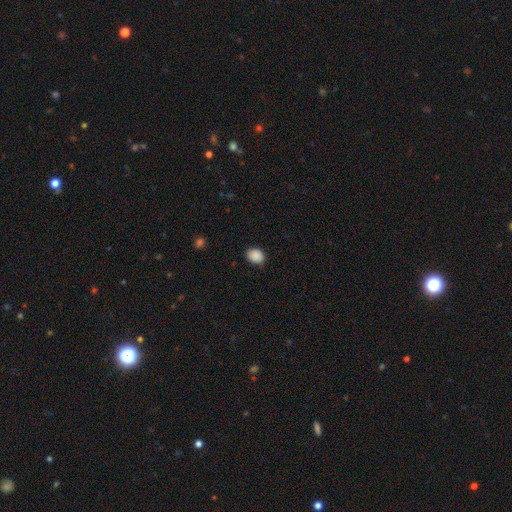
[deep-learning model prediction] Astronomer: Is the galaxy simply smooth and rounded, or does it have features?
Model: smooth — 89%.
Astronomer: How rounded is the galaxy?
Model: in between — 53% (runner-up: round, 46%).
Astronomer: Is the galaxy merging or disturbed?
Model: none — 83%.